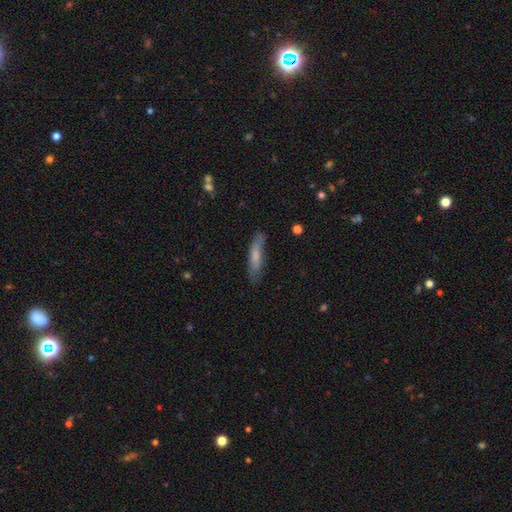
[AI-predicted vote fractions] A smooth galaxy with no disk features (66%) that is cigar-shaped (78%). Merging: none (73%).